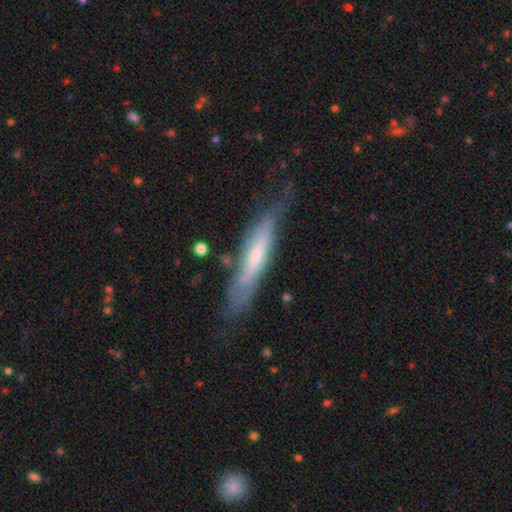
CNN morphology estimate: featured or disk 55%, smooth 39%, star or artifact 6%. Down the decision tree: edge-on disk — yes (67%); merging — none (55%).